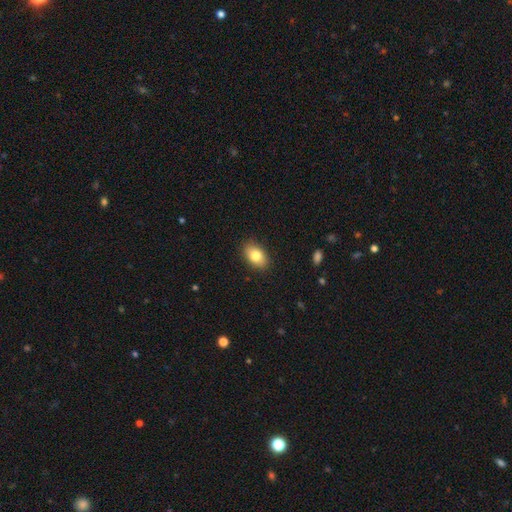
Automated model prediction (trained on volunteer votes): Morphology: type=smooth (82%); roundness=in between (88%); merging=none (88%).